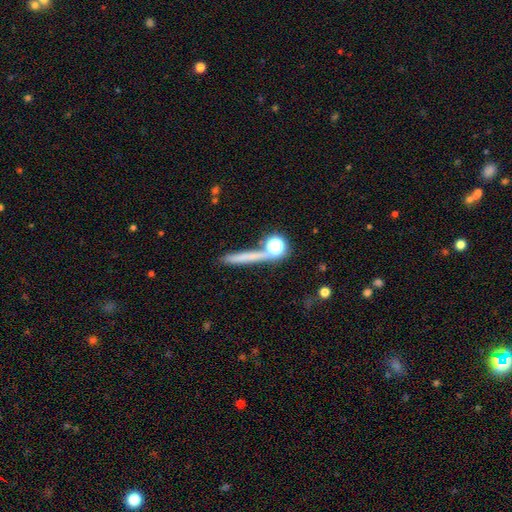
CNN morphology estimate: smooth_or_featured: smooth (p=0.55) [alt: featured or disk p=0.28]
how_rounded: cigar-shaped (p=0.69) [alt: round p=0.22]
merging: none (p=0.70) [alt: merger p=0.12]